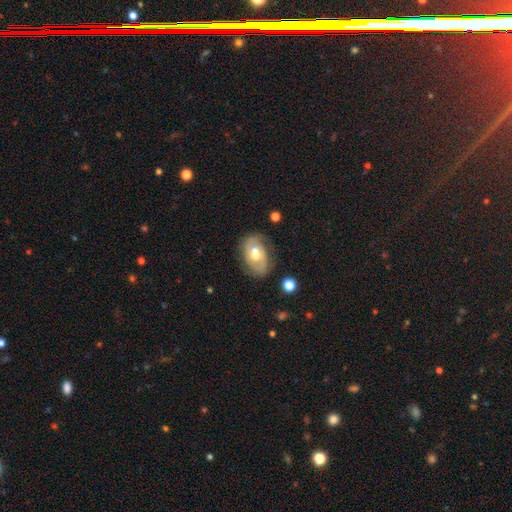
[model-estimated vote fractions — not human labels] featured or disk 65%, smooth 28%, star or artifact 7%. Down the decision tree: edge-on disk — no (96%); bar — no (51%); spiral arms — yes (75%); bulge size — moderate (67%); merging — none (59%).